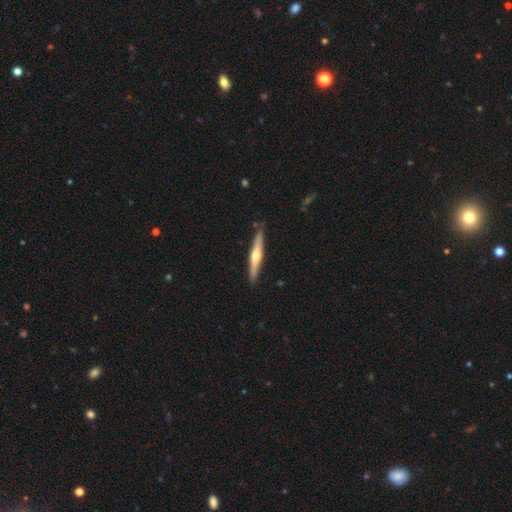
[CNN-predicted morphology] The model was most divided on "smooth or featured": featured or disk: 59%, smooth: 36%, star or artifact: 5%. More confident: edge-on disk — yes (96%); edge-on bulge — rounded (88%); merging — none (88%).